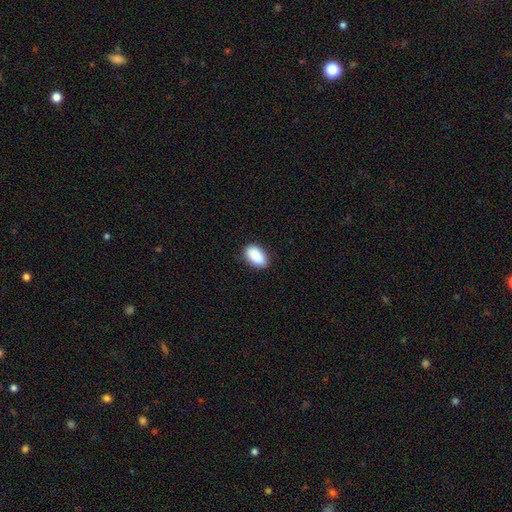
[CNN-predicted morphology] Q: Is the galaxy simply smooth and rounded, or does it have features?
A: smooth — 90%.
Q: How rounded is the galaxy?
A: in between — 94%.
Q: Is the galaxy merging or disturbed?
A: none — 85%.